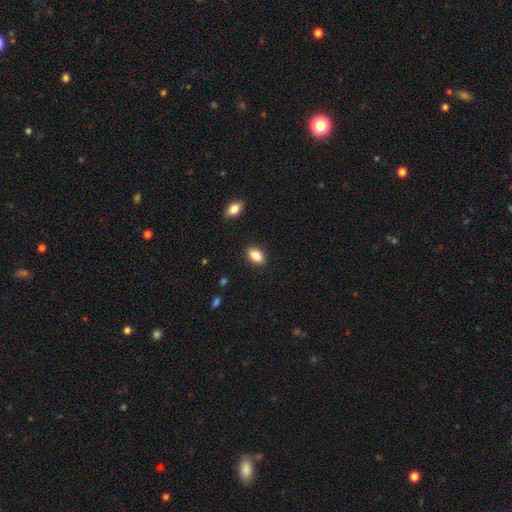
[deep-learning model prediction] smooth_or_featured: smooth (p=0.87) [alt: star or artifact p=0.08]
how_rounded: in between (p=0.89) [alt: round p=0.08]
merging: none (p=0.88) [alt: minor disturbance p=0.08]